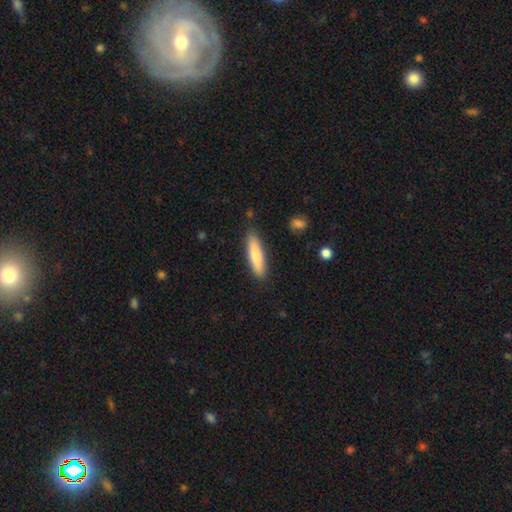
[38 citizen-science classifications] Smooth or featured? 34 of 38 (89%) said smooth. How rounded? 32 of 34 (94%) said cigar-shaped. Merging? 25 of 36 (69%) said none.